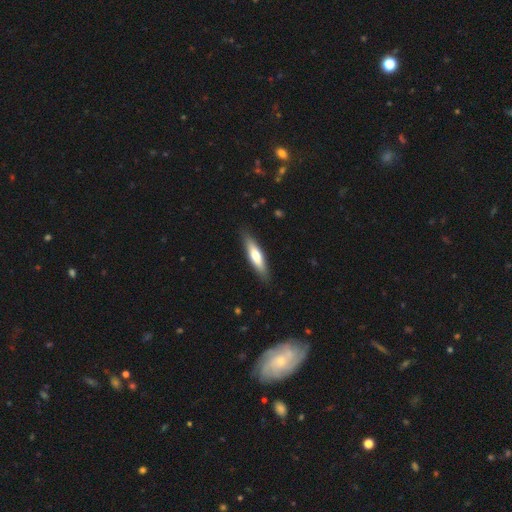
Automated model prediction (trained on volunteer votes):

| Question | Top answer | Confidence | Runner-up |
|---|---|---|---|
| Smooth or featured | smooth | 61% | featured or disk (34%) |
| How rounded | cigar-shaped | 71% | in between (27%) |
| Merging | none | 87% | minor disturbance (10%) |